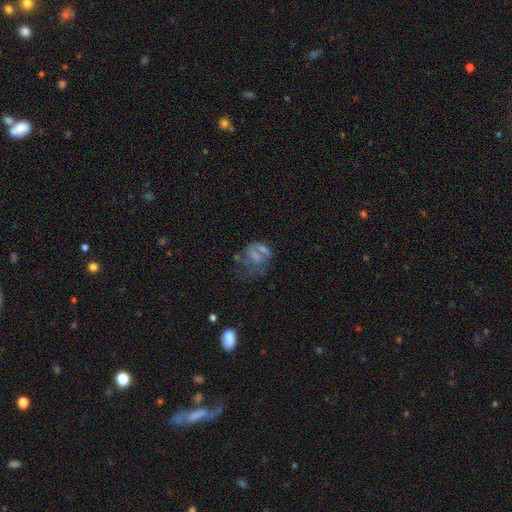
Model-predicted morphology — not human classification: Smooth or featured?
  - featured or disk: 44% *
  - smooth: 42%
  - star or artifact: 14%
Merging?
  - major disturbance: 36% *
  - none: 25%
  - merger: 21%
  - minor disturbance: 18%